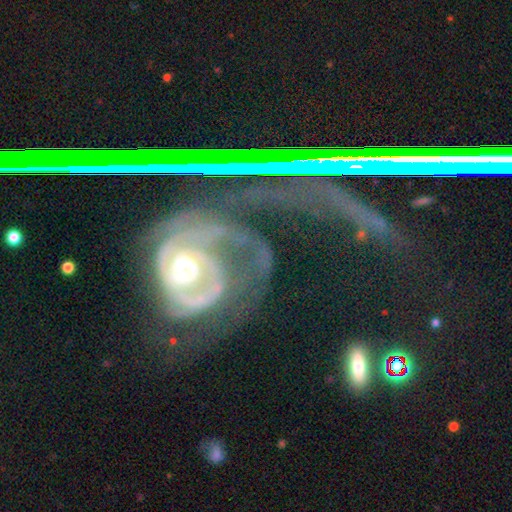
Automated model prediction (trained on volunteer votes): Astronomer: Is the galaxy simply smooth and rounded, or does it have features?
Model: featured or disk — 77%.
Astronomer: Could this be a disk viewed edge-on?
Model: no — 95%.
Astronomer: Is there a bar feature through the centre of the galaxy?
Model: no — 66%.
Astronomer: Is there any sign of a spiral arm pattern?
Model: yes — 88%.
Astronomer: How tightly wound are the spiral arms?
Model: tight — 60%.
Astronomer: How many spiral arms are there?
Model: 2 — 38% (runner-up: can't tell, 27%).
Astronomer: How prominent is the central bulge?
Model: moderate — 61%.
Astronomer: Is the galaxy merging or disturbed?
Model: none — 49% (runner-up: major disturbance, 26%).